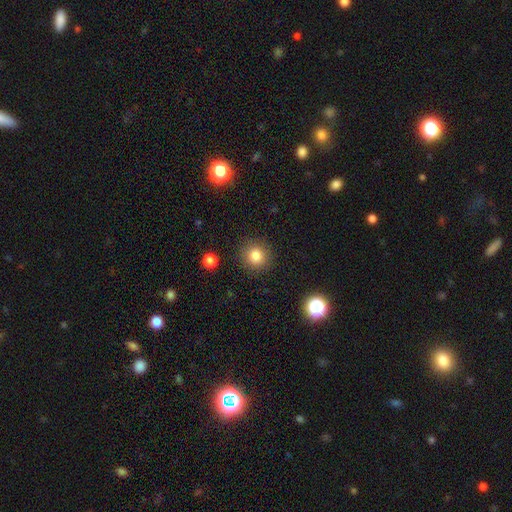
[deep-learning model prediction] Smooth or featured? Predicted: smooth (p=0.82). How rounded? Predicted: round (p=0.91). Merging? Predicted: none (p=0.89).